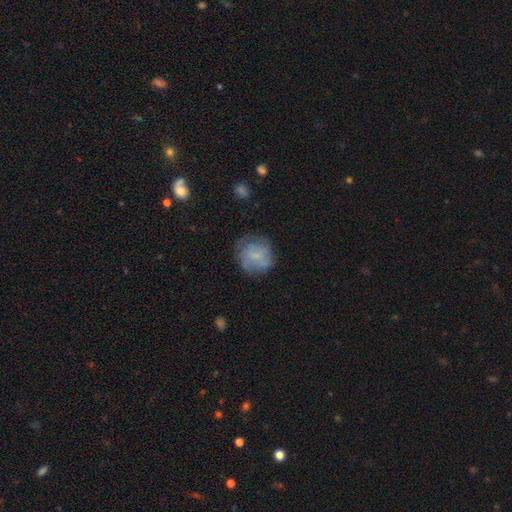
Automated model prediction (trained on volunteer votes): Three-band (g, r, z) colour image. It shows a smooth galaxy with no disk features (56%) that is round (83%). Merging: none (62%).